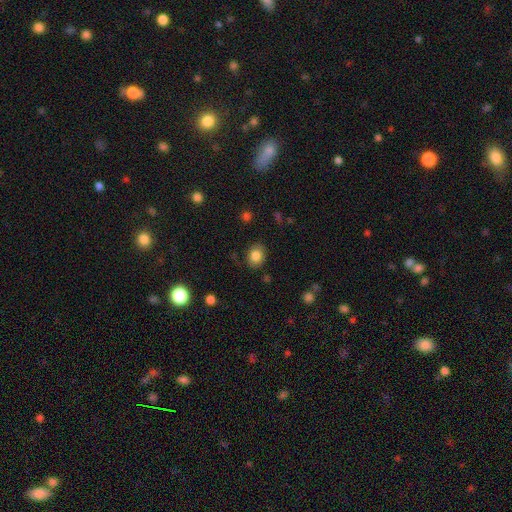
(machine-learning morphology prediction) The model was most divided on "how rounded": round: 54%, in between: 45%, cigar-shaped: 1%. More confident: merging — none (85%); smooth or featured — smooth (83%).